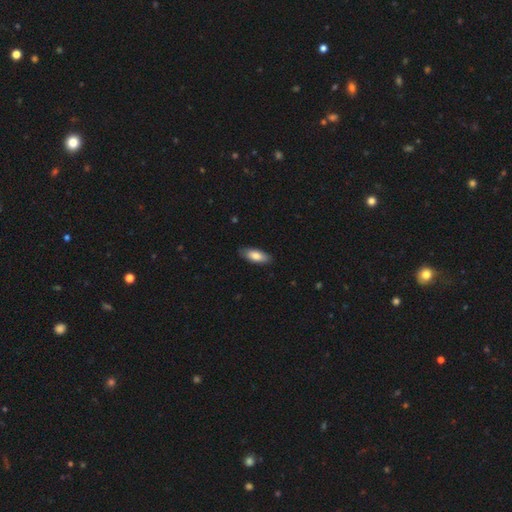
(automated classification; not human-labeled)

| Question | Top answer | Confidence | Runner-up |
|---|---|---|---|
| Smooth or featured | smooth | 79% | featured or disk (15%) |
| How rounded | in between | 77% | cigar-shaped (21%) |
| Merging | none | 84% | minor disturbance (13%) |